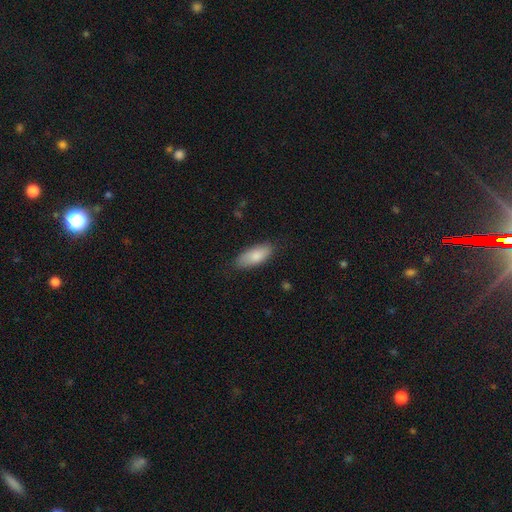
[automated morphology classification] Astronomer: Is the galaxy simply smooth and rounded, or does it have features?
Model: smooth — 83%.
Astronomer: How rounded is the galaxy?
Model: in between — 81%.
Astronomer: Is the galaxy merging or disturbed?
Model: none — 81%.